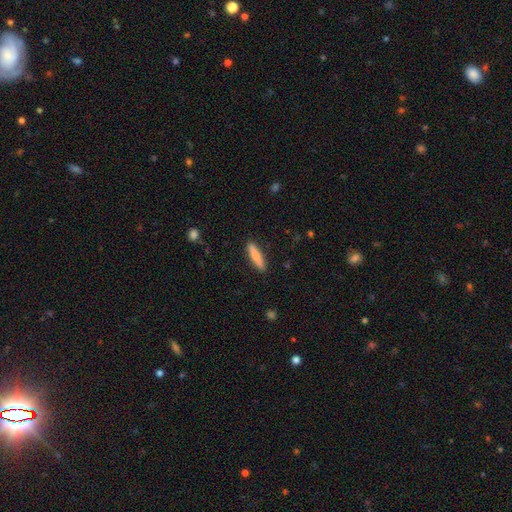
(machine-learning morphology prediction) smooth_or_featured: smooth (p=0.80) [alt: featured or disk p=0.14]
how_rounded: cigar-shaped (p=0.83) [alt: in between p=0.16]
merging: none (p=0.89) [alt: minor disturbance p=0.08]